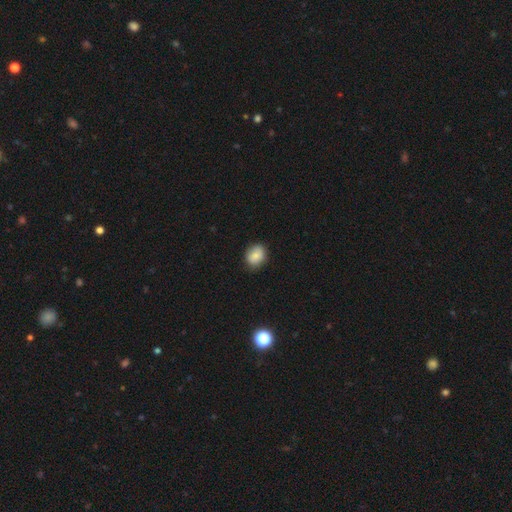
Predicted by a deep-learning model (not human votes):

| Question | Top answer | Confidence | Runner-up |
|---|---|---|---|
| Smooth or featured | smooth | 82% | featured or disk (9%) |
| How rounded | round | 50% | in between (49%) |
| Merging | none | 80% | minor disturbance (16%) |